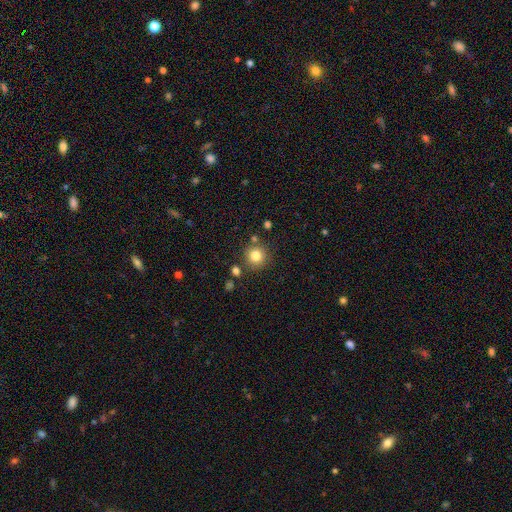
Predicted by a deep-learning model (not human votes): smooth_or_featured: smooth (p=0.81) [alt: star or artifact p=0.12]
how_rounded: round (p=0.94) [alt: in between p=0.05]
merging: none (p=0.83) [alt: minor disturbance p=0.08]